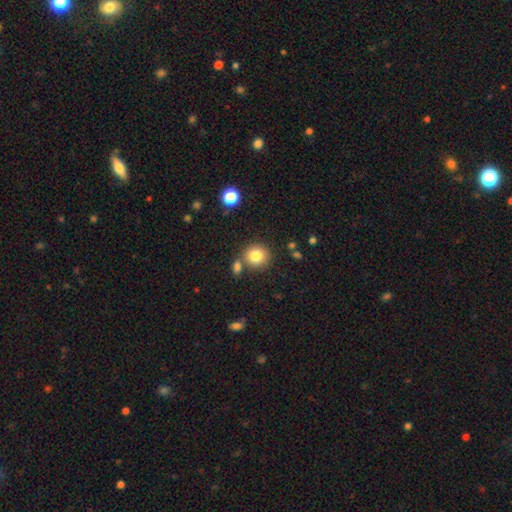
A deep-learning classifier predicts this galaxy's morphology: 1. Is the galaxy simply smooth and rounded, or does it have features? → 81% smooth, 10% star or artifact, 8% featured or disk.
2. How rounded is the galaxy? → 88% round, 11% in between, 1% cigar-shaped.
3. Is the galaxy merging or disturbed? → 73% none, 15% merger, 9% minor disturbance, 3% major disturbance.